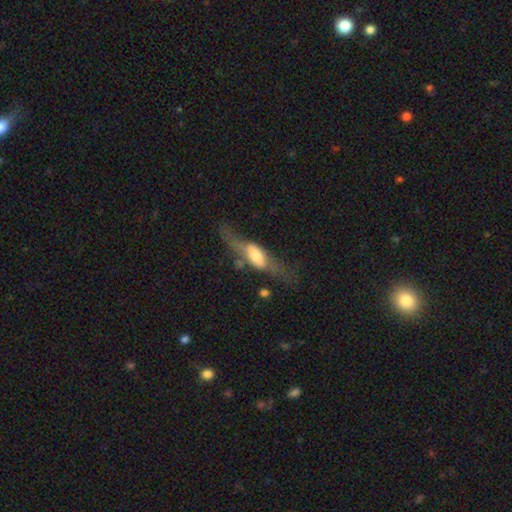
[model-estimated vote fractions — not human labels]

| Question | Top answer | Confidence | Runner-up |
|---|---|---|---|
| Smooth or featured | featured or disk | 59% | smooth (35%) |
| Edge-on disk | yes | 57% | no (43%) |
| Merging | none | 43% | major disturbance (29%) |